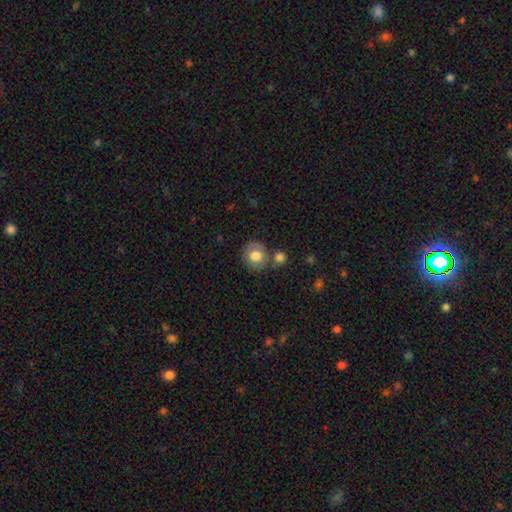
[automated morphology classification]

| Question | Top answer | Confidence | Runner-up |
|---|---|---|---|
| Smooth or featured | smooth | 77% | featured or disk (14%) |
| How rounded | round | 88% | in between (11%) |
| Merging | none | 67% | merger (16%) |